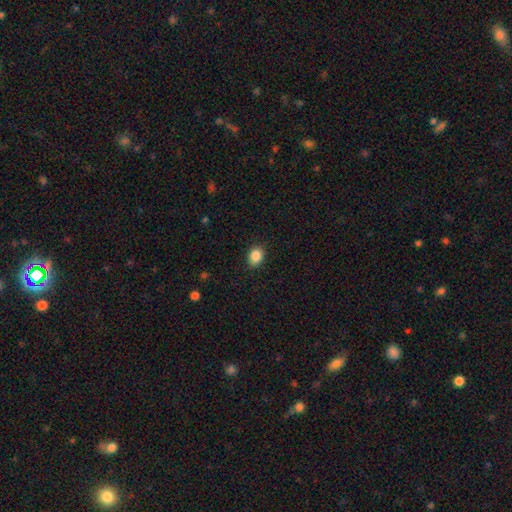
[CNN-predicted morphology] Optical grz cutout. It shows a smooth galaxy with no disk features (88%) that is in between round and cigar-shaped (57%). Merging: none (87%).